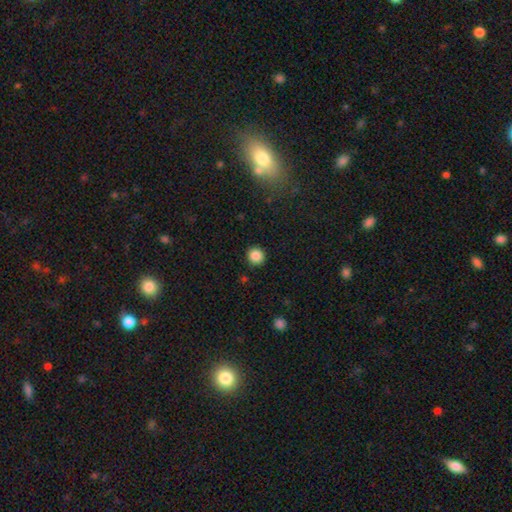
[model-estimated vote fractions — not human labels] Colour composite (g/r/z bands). It shows a smooth galaxy with no disk features (86%) that is round (94%). Merging: none (92%).